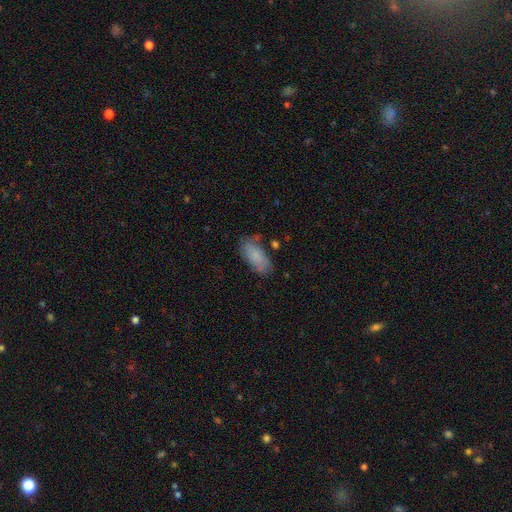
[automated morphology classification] Smooth or featured? Predicted: smooth (p=0.81). How rounded? Predicted: in between (p=0.87). Merging? Predicted: none (p=0.68).